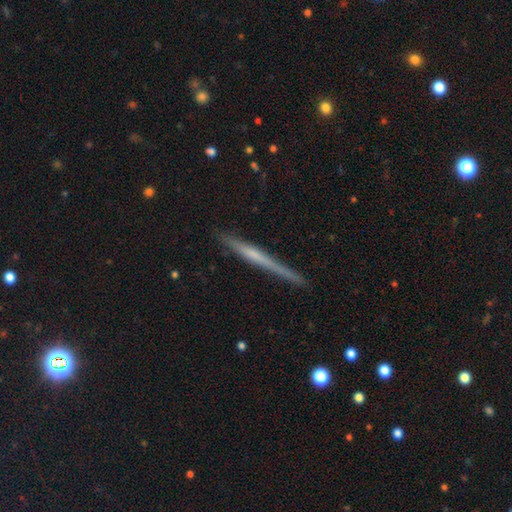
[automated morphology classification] featured or disk 59%, smooth 34%, star or artifact 6%. Down the decision tree: edge-on disk — yes (97%); edge-on bulge — none (68%); merging — none (85%).